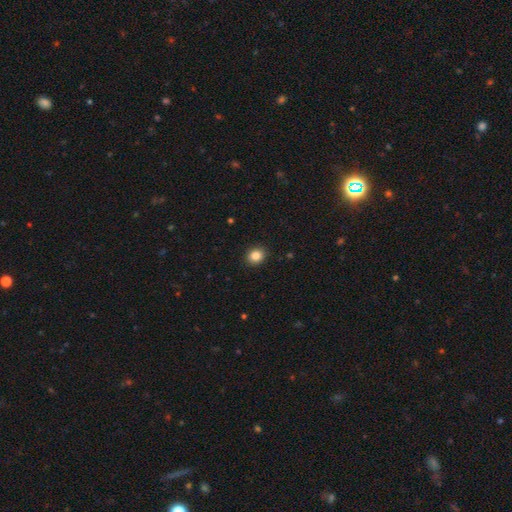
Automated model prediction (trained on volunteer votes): Morphology: type=smooth (86%); roundness=round (74%); merging=none (91%).